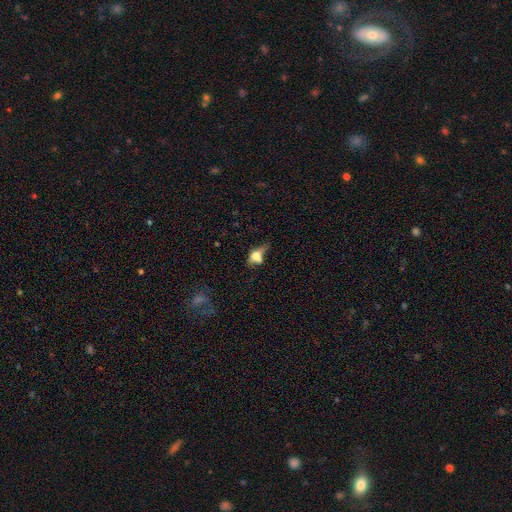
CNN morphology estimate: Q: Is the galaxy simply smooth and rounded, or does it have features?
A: smooth — 51%.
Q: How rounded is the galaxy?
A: in between — 63%.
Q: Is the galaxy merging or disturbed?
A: none — 34%.